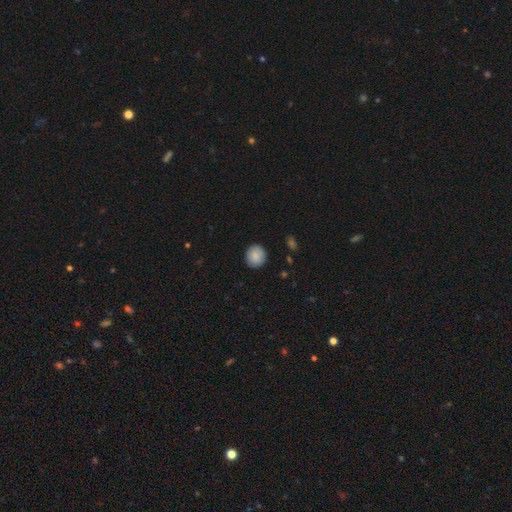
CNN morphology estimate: Smooth or featured: smooth — 88% (star or artifact — 7%)
How rounded: round — 86% (in between — 13%)
Merging: none — 89% (minor disturbance — 8%)